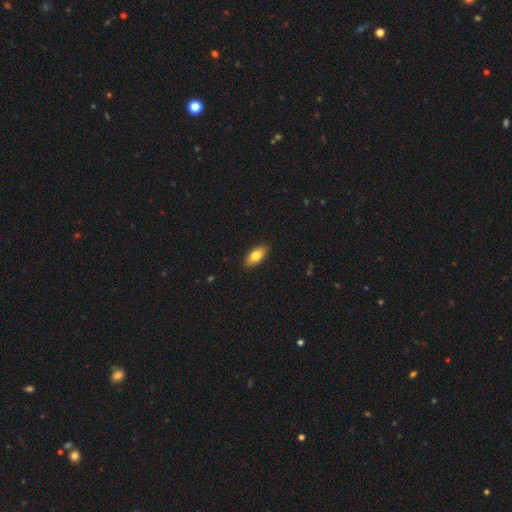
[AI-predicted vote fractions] smooth 78%, featured or disk 15%, star or artifact 7%. Down the decision tree: how rounded — in between (89%); merging — none (89%).